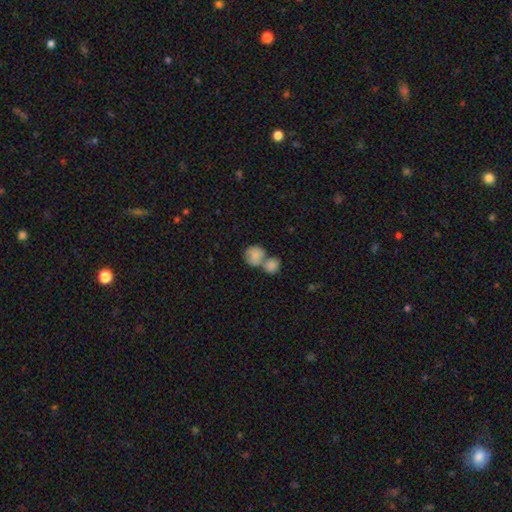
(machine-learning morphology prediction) A smooth galaxy with no disk features (77%) that is round (68%).

Vote fractions:
- Smooth or featured? smooth: 77% / featured or disk: 16% / star or artifact: 7%
- How rounded? round: 68% / in between: 30% / cigar-shaped: 1%
- Merging? merger: 67% / none: 20% / minor disturbance: 8% / major disturbance: 5%